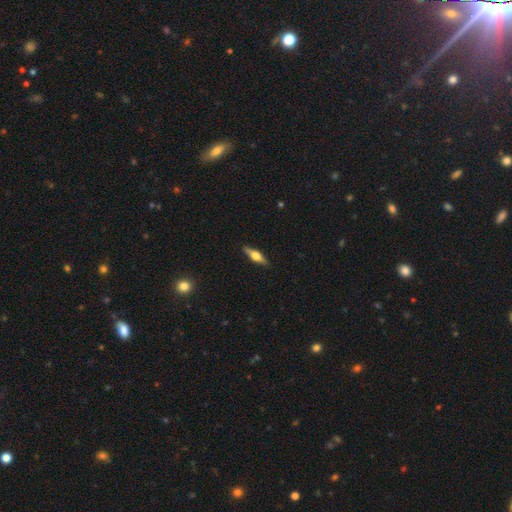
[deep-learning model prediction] A featured or disk galaxy (60%) viewed edge-on (96%) with a rounded central bulge (90%).

Vote fractions:
- Smooth or featured? featured or disk: 60% / smooth: 34% / star or artifact: 6%
- Edge-on disk? yes: 96% / no: 4%
- Edge-on bulge? rounded: 90% / boxy: 8% / none: 2%
- Merging? none: 89% / minor disturbance: 8% / major disturbance: 2% / merger: 1%